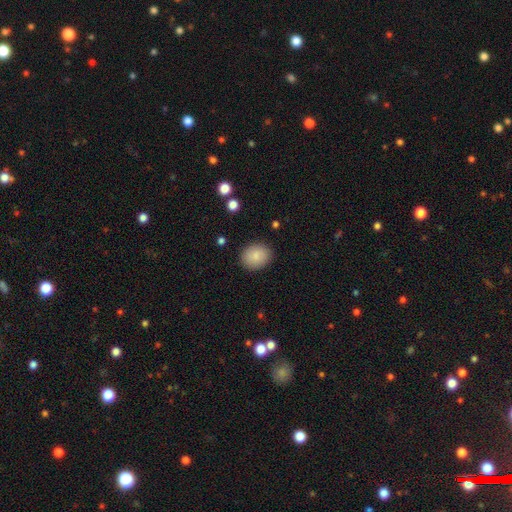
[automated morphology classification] Smooth or featured: smooth — 86% (star or artifact — 8%)
How rounded: round — 60% (in between — 39%)
Merging: none — 88% (minor disturbance — 8%)